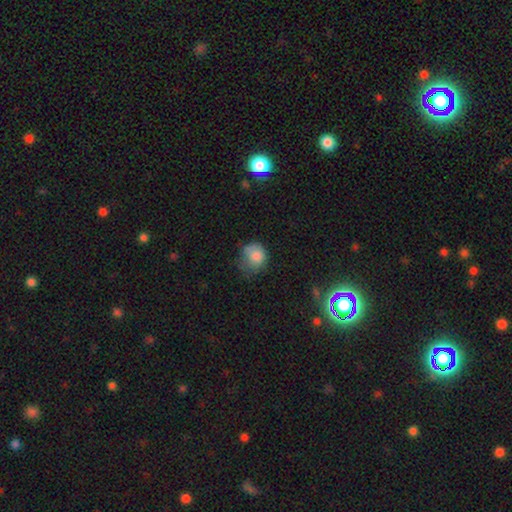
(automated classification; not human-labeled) This appears to be a smooth galaxy with no disk features (80%) that is round (68%). Merging: none (38%).